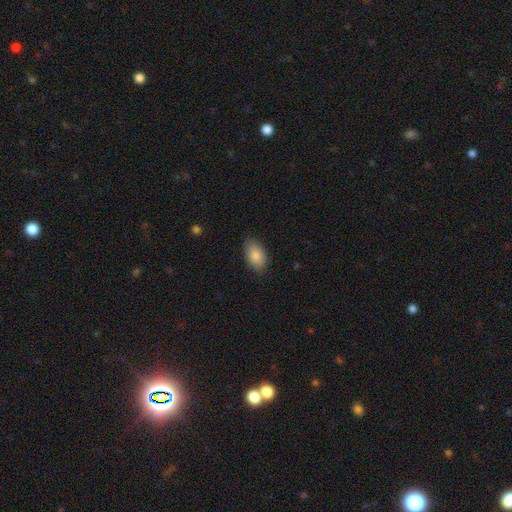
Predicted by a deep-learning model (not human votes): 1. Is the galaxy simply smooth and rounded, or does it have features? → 87% smooth, 7% star or artifact, 7% featured or disk.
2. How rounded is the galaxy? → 93% in between, 6% round, 2% cigar-shaped.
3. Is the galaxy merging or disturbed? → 85% none, 12% minor disturbance, 3% major disturbance, 1% merger.